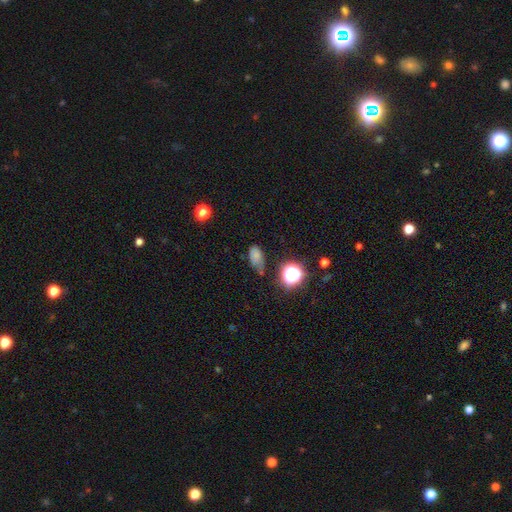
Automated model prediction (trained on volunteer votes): Q: Smooth or featured?
A: smooth (67%); runner-up: star or artifact (21%)
Q: How rounded?
A: in between (82%); runner-up: round (14%)
Q: Merging?
A: none (47%); runner-up: minor disturbance (35%)